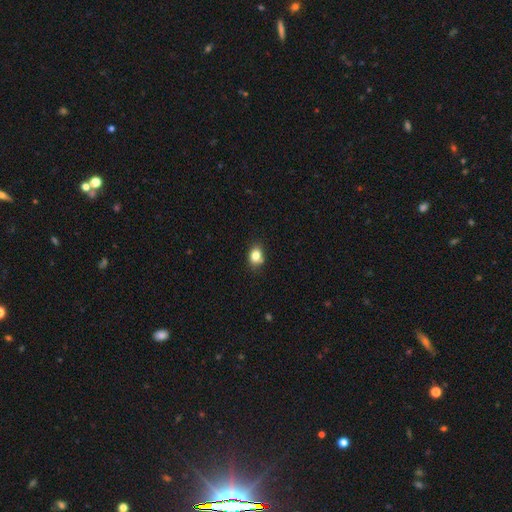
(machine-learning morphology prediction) A smooth galaxy with no disk features (81%) that is in between round and cigar-shaped (61%). Merging: none (70%).